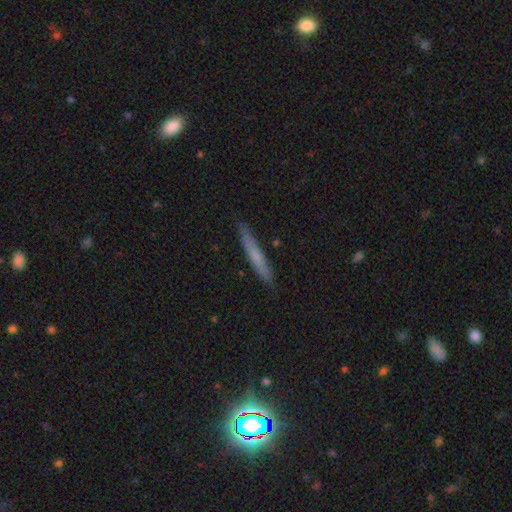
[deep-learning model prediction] Smooth or featured? Predicted: smooth (p=0.57). How rounded? Predicted: cigar-shaped (p=0.95). Merging? Predicted: none (p=0.88).